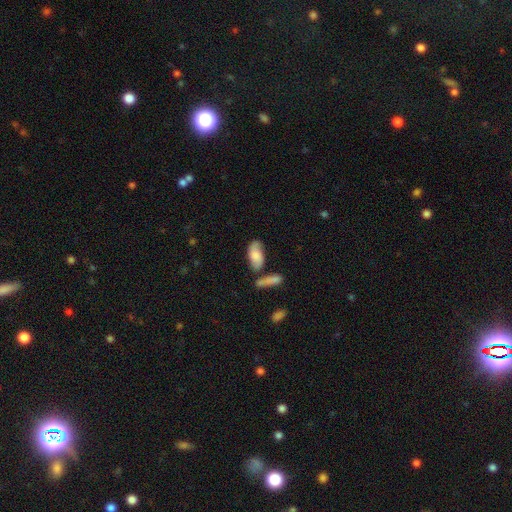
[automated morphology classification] Smooth or featured?
  - smooth: 61% *
  - featured or disk: 33%
  - star or artifact: 7%
How rounded?
  - in between: 87% *
  - cigar-shaped: 10%
  - round: 3%
Merging?
  - none: 60% *
  - minor disturbance: 20%
  - merger: 13%
  - major disturbance: 7%